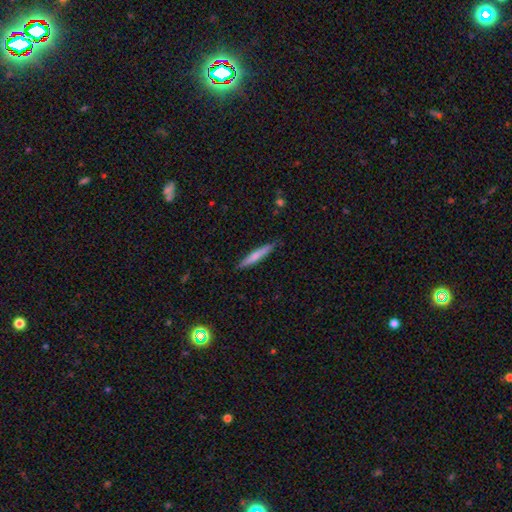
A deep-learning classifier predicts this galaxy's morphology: This appears to be a smooth galaxy with no disk features (68%) that is cigar-shaped (94%). Merging: none (86%).